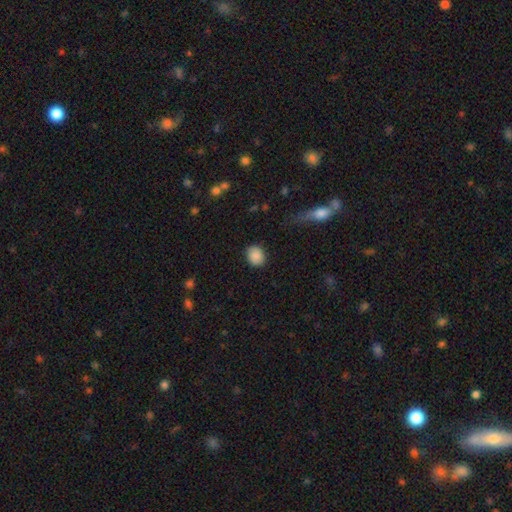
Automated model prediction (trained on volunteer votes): Morphology: type=smooth (88%); roundness=round (59%); merging=none (86%).